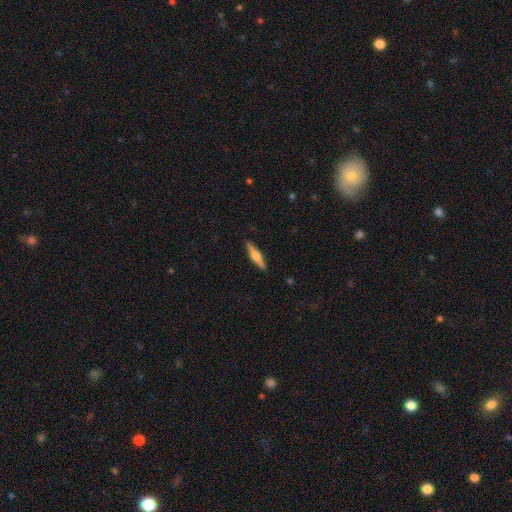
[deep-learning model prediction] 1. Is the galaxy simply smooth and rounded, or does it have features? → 54% featured or disk, 40% smooth, 6% star or artifact.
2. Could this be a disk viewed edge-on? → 97% yes, 3% no.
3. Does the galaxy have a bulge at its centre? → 85% rounded, 10% boxy, 5% none.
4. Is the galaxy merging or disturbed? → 91% none, 7% minor disturbance, 1% major disturbance, 1% merger.